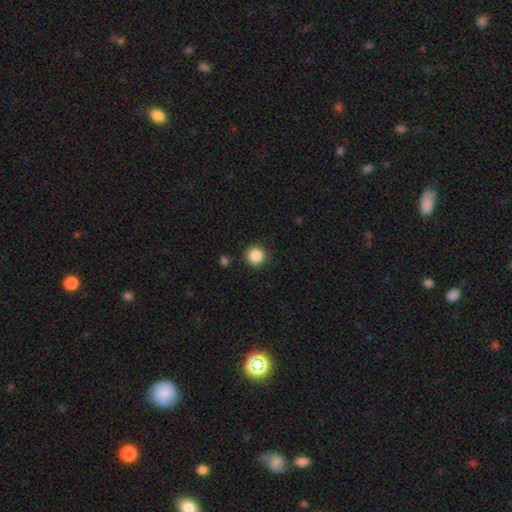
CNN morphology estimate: Q: Smooth or featured?
A: smooth (87%); runner-up: star or artifact (10%)
Q: How rounded?
A: round (95%); runner-up: in between (4%)
Q: Merging?
A: none (90%); runner-up: minor disturbance (6%)